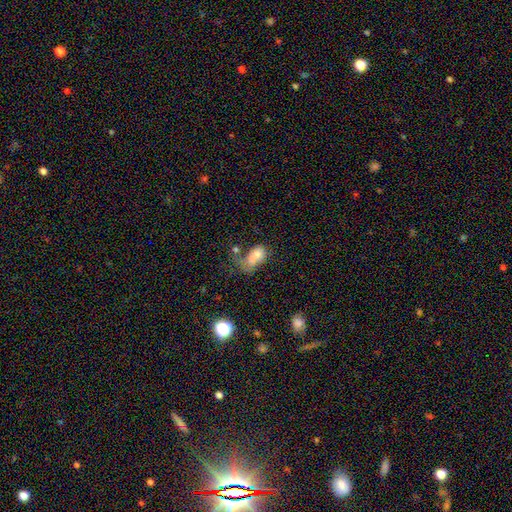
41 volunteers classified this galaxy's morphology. smooth_or_featured: smooth (p=0.73) [alt: featured or disk p=0.15]
how_rounded: in between (p=0.73) [alt: round p=0.27]
merging: merger (p=0.64) [alt: major disturbance p=0.19]